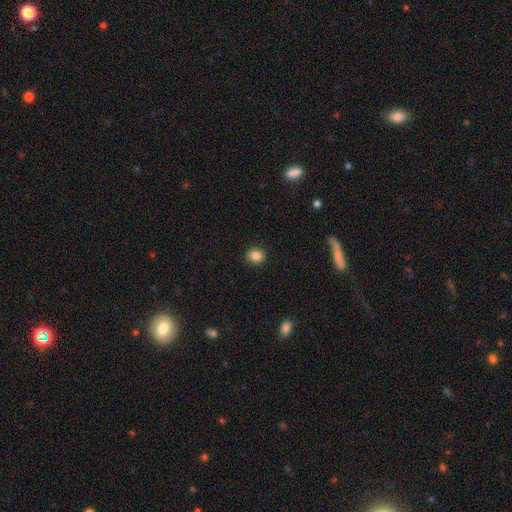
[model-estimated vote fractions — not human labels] This is clearly a smooth galaxy (85%). How rounded: likely round (68%). Merging: clearly none (90%).